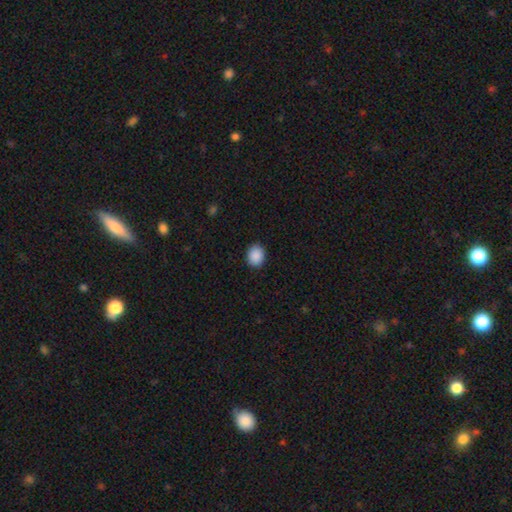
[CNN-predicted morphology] The model was most divided on "how rounded": round: 54%, in between: 45%, cigar-shaped: 1%. More confident: smooth or featured — smooth (90%); merging — none (90%).